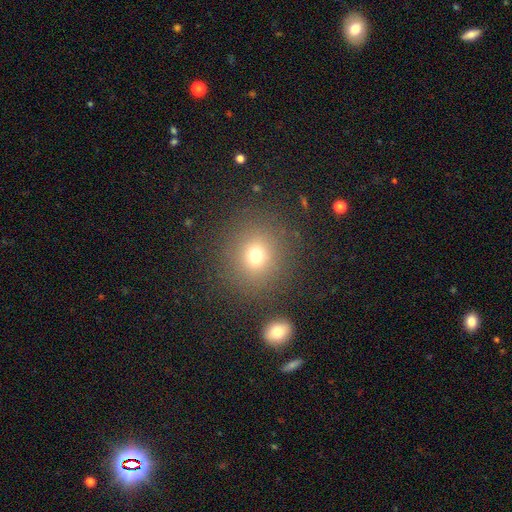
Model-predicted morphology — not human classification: type=smooth (71%); roundness=round (87%); merging=none (86%).